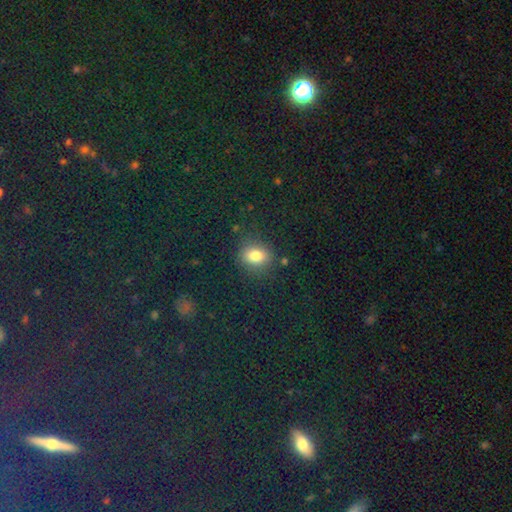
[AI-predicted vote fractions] The model was most divided on "how rounded": in between: 54%, round: 45%, cigar-shaped: 2%. More confident: merging — none (82%); smooth or featured — smooth (80%).